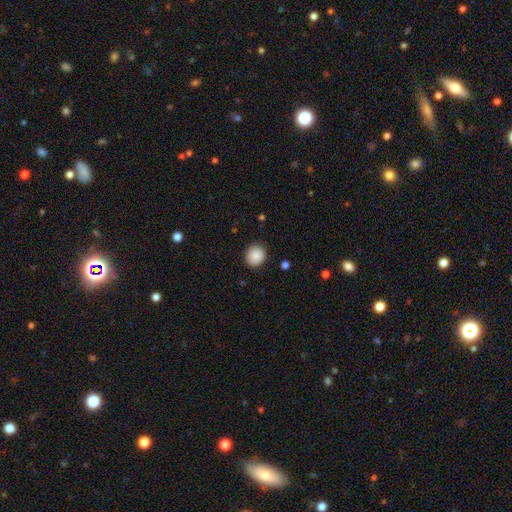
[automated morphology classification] type=smooth (89%); roundness=round (82%); merging=none (89%).